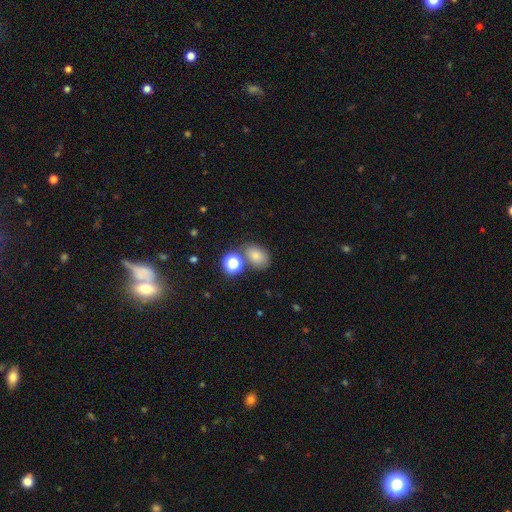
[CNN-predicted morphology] type=smooth (75%); roundness=in between (67%); merging=none (63%).